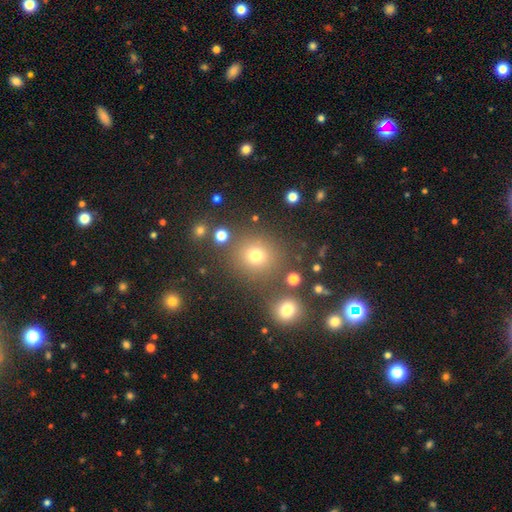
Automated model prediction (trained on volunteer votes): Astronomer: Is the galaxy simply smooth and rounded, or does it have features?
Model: smooth — 72%.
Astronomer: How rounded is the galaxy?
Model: round — 88%.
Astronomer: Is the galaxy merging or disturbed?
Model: none — 78%.